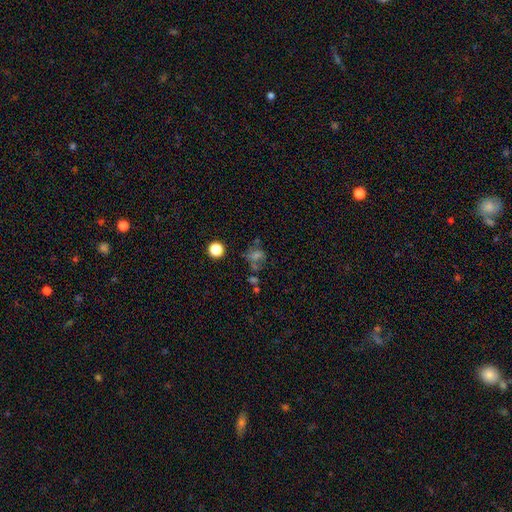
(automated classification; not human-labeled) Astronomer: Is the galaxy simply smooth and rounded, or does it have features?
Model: smooth — 39% (runner-up: star or artifact, 37%).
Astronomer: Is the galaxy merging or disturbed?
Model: none — 54%.